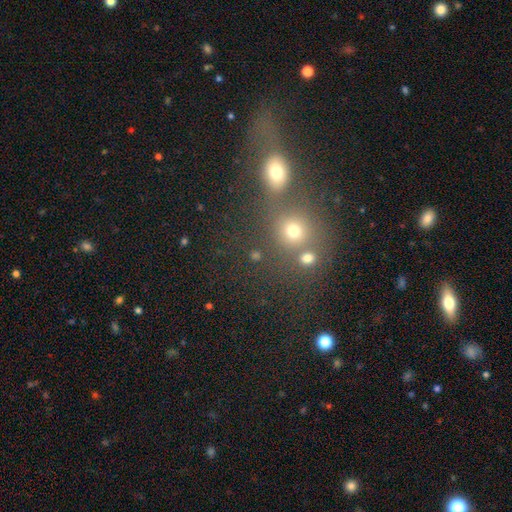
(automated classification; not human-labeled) smooth 63%, star or artifact 27%, featured or disk 9%. Down the decision tree: how rounded — round (80%); merging — none (65%).